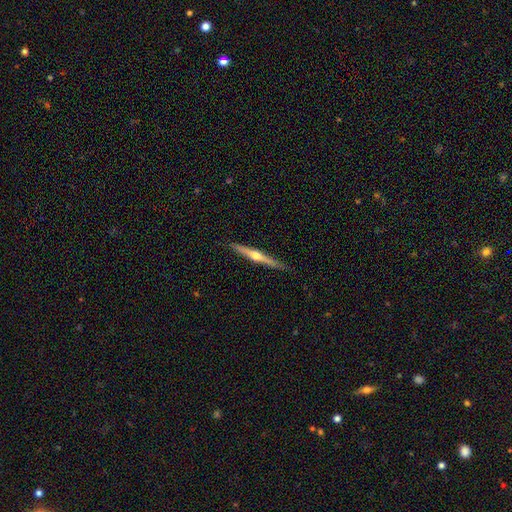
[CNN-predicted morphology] This is likely a featured or disk galaxy (71%). It is clearly viewed edge-on (98%). Edge-on bulge: clearly rounded (90%). Merging: clearly none (88%).